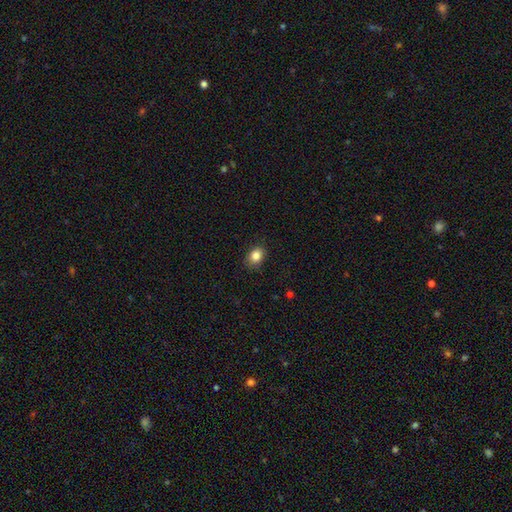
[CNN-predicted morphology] Smooth or featured? Predicted: smooth (p=0.85). How rounded? Predicted: in between (p=0.64). Merging? Predicted: none (p=0.84).